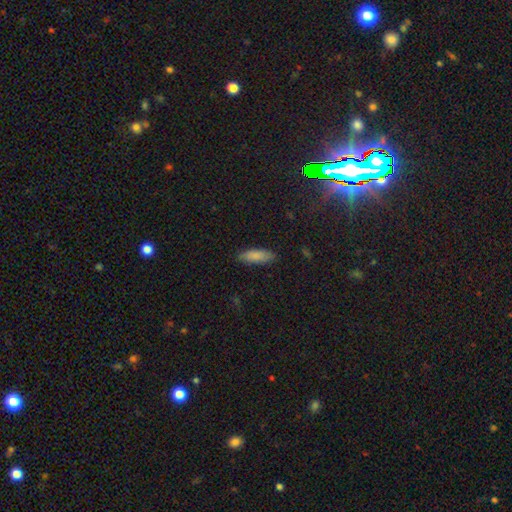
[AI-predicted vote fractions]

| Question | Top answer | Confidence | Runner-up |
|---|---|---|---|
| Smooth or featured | smooth | 86% | featured or disk (8%) |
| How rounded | in between | 63% | cigar-shaped (35%) |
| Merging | none | 86% | minor disturbance (11%) |